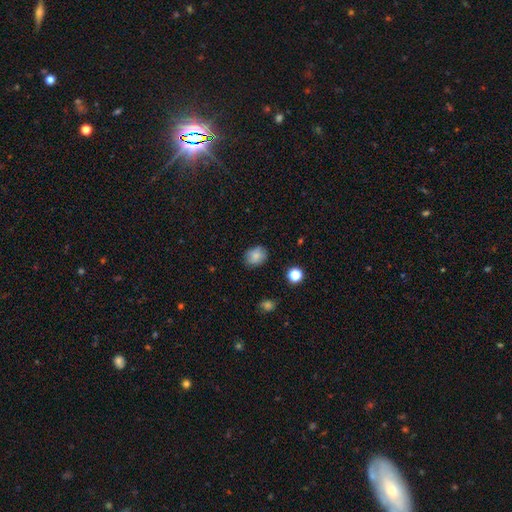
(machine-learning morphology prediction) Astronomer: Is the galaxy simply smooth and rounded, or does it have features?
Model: smooth — 82%.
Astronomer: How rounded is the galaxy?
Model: in between — 50% (runner-up: round, 49%).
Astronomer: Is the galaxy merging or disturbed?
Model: none — 82%.